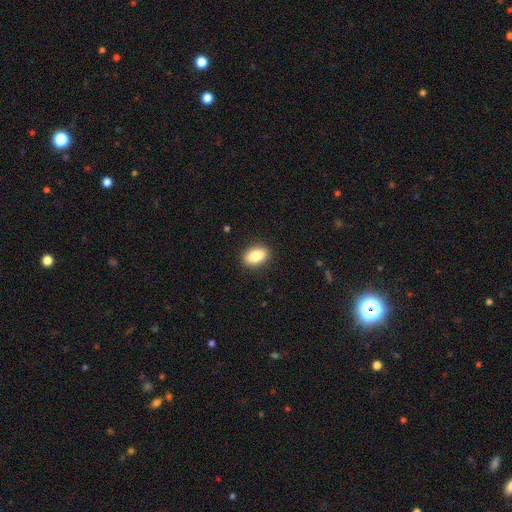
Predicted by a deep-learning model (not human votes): Smooth or featured? smooth (86%)
How rounded? in between (87%)
Merging? none (89%)